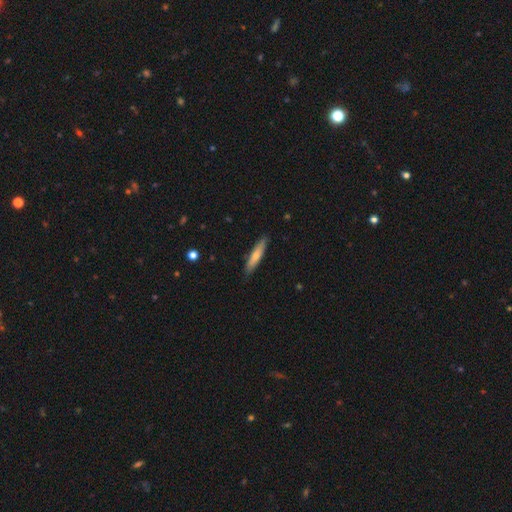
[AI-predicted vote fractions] Q: Smooth or featured?
A: smooth (66%); runner-up: featured or disk (29%)
Q: How rounded?
A: cigar-shaped (86%); runner-up: in between (12%)
Q: Merging?
A: none (87%); runner-up: minor disturbance (10%)